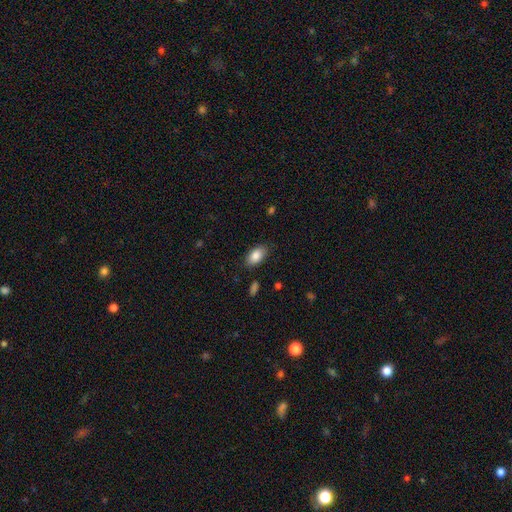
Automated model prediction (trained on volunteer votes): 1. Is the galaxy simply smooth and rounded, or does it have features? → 86% smooth, 7% featured or disk, 7% star or artifact.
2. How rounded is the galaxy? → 93% in between, 5% round, 2% cigar-shaped.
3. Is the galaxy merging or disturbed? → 83% none, 12% minor disturbance, 3% major disturbance, 1% merger.